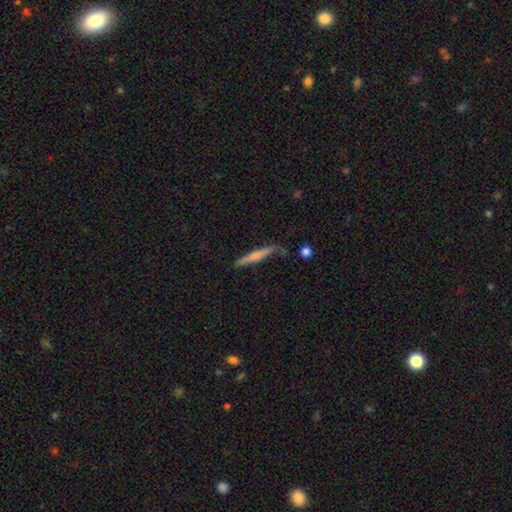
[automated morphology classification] Smooth or featured? smooth (49%)
Merging? none (77%)